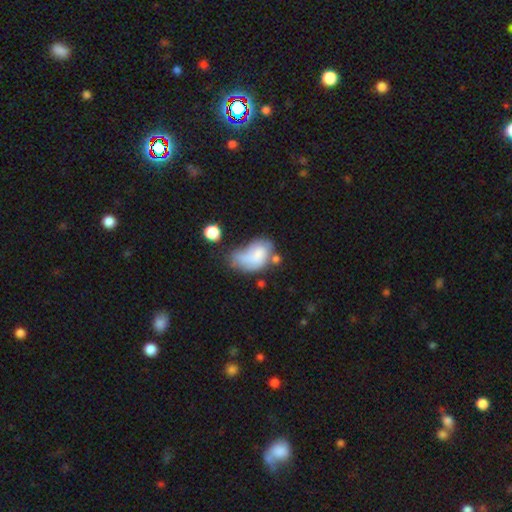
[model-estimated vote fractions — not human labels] Smooth or featured? Predicted: smooth (p=0.64). How rounded? Predicted: in between (p=0.86). Merging? Predicted: major disturbance (p=0.34).